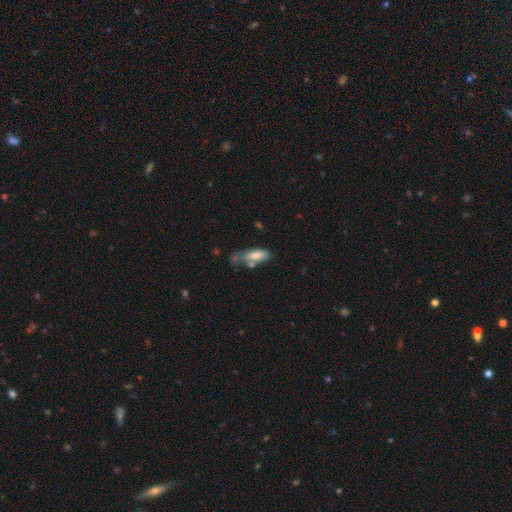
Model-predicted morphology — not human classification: Q: Smooth or featured?
A: smooth (74%); runner-up: featured or disk (19%)
Q: How rounded?
A: in between (71%); runner-up: cigar-shaped (27%)
Q: Merging?
A: none (34%); runner-up: minor disturbance (29%)